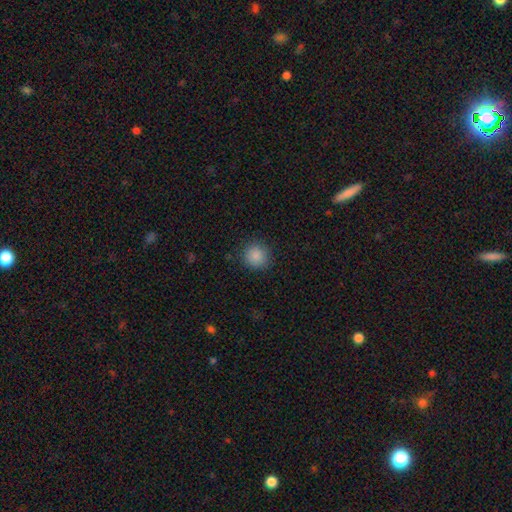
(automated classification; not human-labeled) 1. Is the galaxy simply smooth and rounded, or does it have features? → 87% smooth, 10% star or artifact, 3% featured or disk.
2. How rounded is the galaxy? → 93% round, 7% in between, 1% cigar-shaped.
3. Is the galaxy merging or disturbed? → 89% none, 7% minor disturbance, 3% major disturbance, 1% merger.